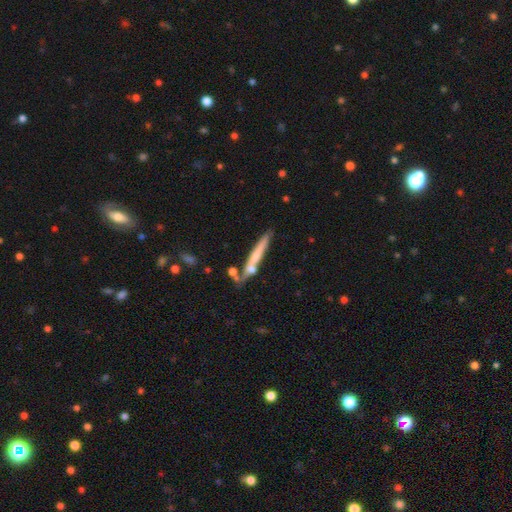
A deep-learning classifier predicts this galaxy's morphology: The model was most divided on "smooth or featured": smooth: 52%, featured or disk: 41%, star or artifact: 7%. More confident: how rounded — cigar-shaped (95%); merging — none (66%).